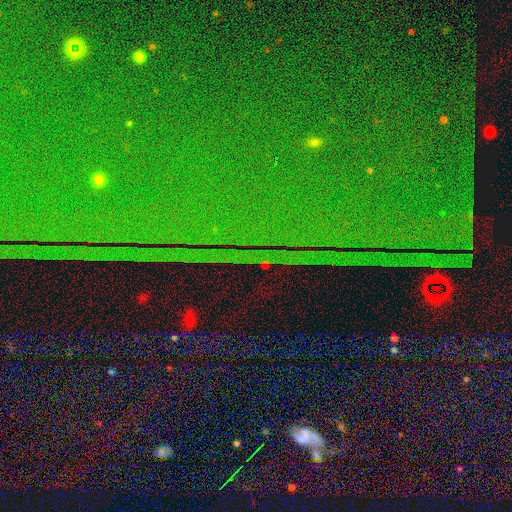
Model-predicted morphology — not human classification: star or artifact 87%, featured or disk 7%, smooth 6%.